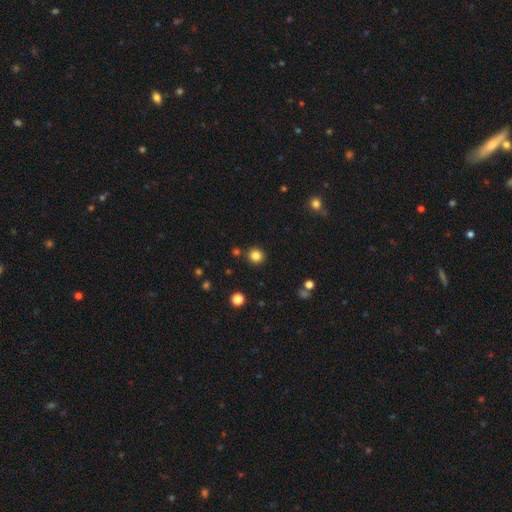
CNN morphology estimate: A smooth galaxy with no disk features (83%) that is round (93%). Merging: none (88%).